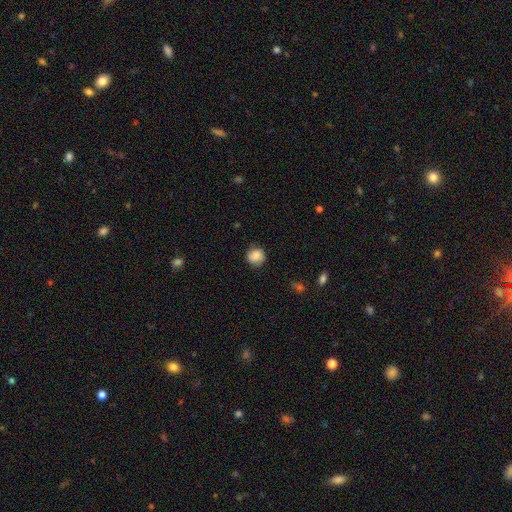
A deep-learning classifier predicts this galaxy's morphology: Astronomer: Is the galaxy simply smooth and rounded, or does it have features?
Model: smooth — 82%.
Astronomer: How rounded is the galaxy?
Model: round — 88%.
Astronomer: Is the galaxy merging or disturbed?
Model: none — 82%.